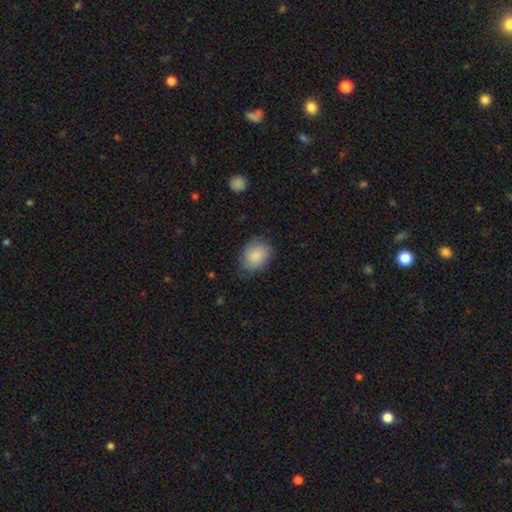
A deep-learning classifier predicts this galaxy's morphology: The model was most divided on "how rounded": in between: 60%, round: 39%, cigar-shaped: 1%. More confident: smooth or featured — smooth (84%); merging — none (75%).